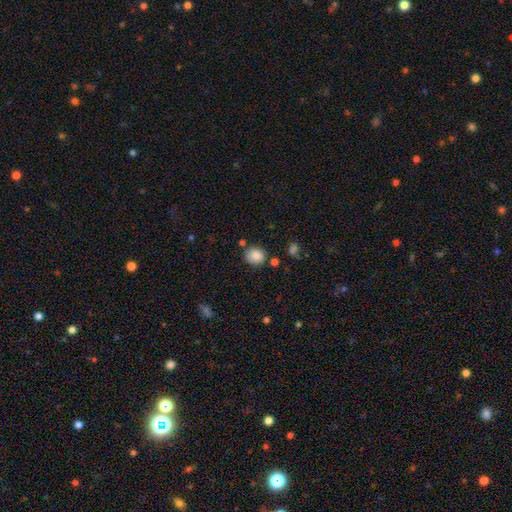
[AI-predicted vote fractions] Smooth or featured? smooth (86%)
How rounded? round (75%)
Merging? none (79%)